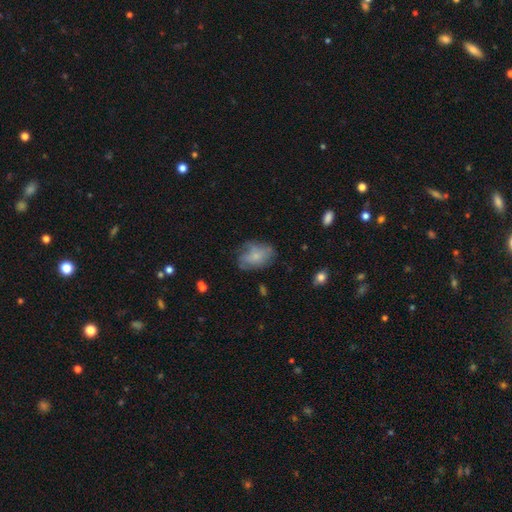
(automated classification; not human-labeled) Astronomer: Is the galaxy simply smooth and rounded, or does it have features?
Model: smooth — 59%.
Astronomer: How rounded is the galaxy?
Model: in between — 77%.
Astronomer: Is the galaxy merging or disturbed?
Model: none — 55%.